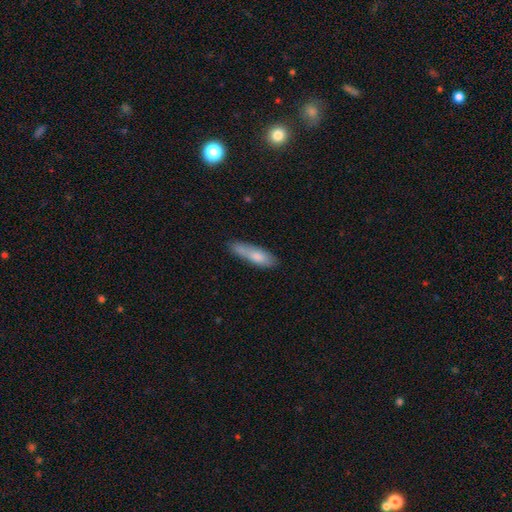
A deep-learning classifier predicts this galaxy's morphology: This is likely a smooth galaxy (77%). How rounded: likely cigar-shaped (69%). Merging: likely none (61%).